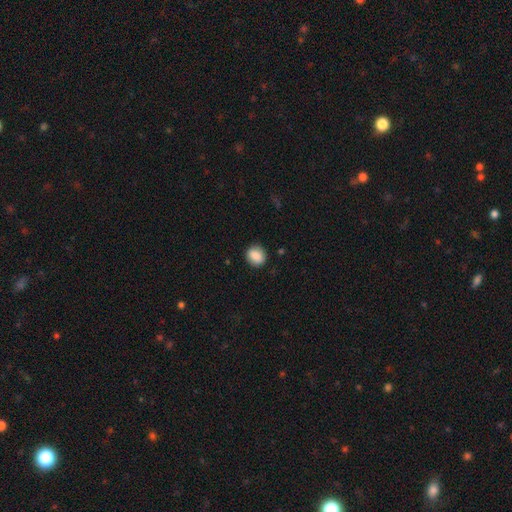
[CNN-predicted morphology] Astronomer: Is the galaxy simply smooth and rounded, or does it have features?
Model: smooth — 87%.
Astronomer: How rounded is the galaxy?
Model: round — 66%.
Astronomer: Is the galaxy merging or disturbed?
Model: none — 86%.